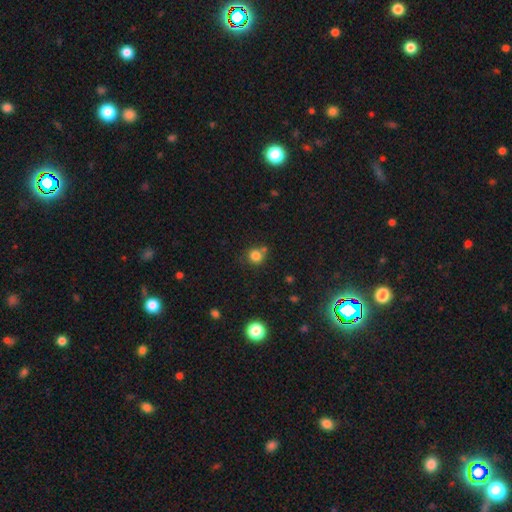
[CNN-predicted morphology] Smooth or featured: smooth — 81% (star or artifact — 13%)
How rounded: round — 90% (in between — 10%)
Merging: none — 68% (merger — 17%)